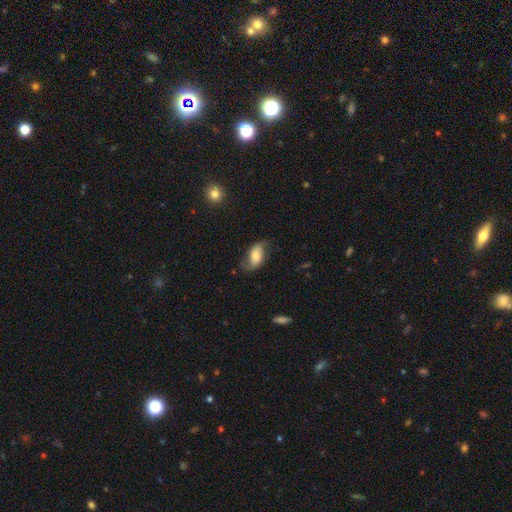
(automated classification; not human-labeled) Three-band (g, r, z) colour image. It shows a smooth galaxy with no disk features (46%, tied with featured or disk). Merging: none (59%).